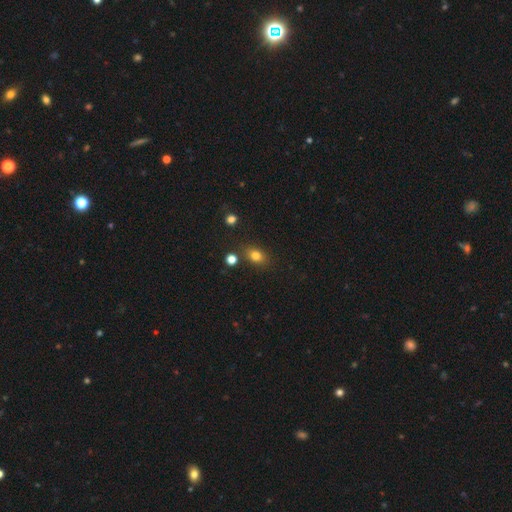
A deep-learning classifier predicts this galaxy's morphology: smooth_or_featured: smooth (p=0.79) [alt: star or artifact p=0.13]
how_rounded: in between (p=0.66) [alt: round p=0.33]
merging: none (p=0.78) [alt: minor disturbance p=0.12]